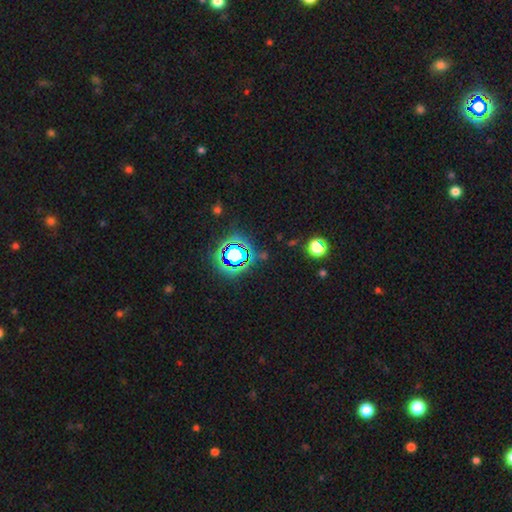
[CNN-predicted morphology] Q: Smooth or featured?
A: star or artifact (79%); runner-up: smooth (13%)